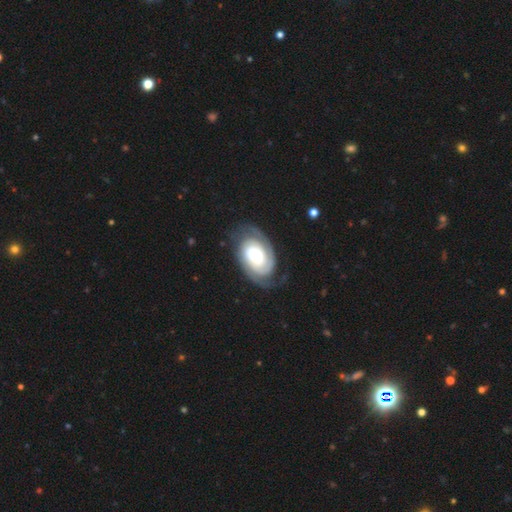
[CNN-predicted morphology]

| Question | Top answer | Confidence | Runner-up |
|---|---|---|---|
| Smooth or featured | featured or disk | 82% | smooth (13%) |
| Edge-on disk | no | 97% | yes (3%) |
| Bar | no | 74% | weak (19%) |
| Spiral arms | yes | 95% | no (5%) |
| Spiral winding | tight | 65% | medium (26%) |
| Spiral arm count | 2 | 70% | can't tell (13%) |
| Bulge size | large | 31% | small (30%) |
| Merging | none | 70% | minor disturbance (18%) |